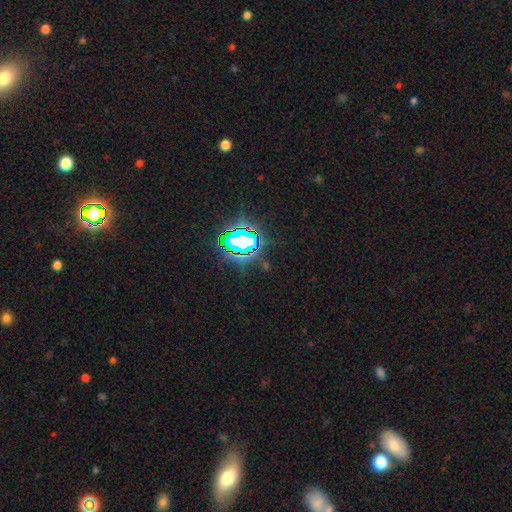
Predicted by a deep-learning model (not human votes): Smooth or featured? Predicted: star or artifact (p=0.77).